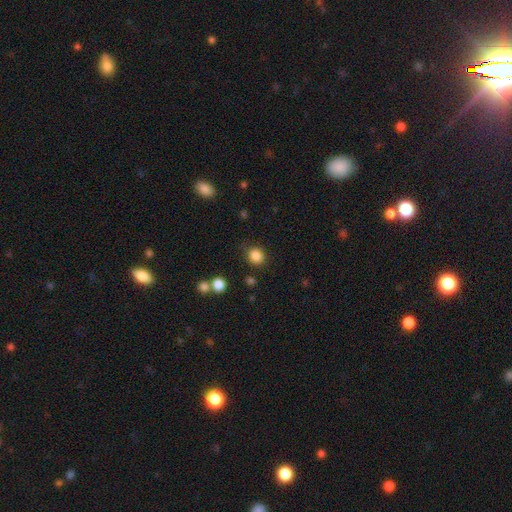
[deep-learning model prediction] smooth-or-featured: smooth: 85% | star or artifact: 11% | featured or disk: 4%
  how-rounded: round: 77% | in between: 23% | cigar-shaped: 1%
  merging: none: 83% | minor disturbance: 11% | major disturbance: 4% | merger: 3%